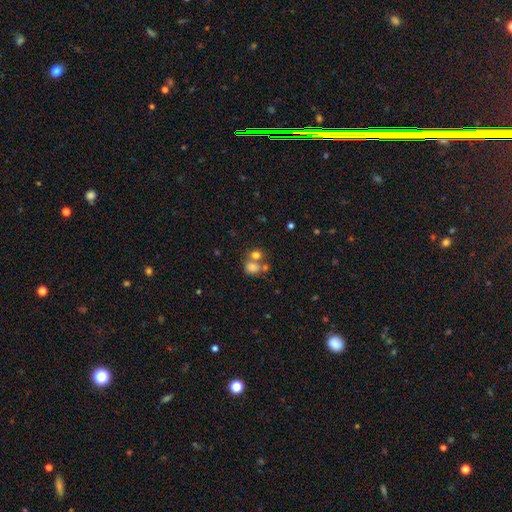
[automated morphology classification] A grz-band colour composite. It shows a smooth galaxy with no disk features (74%) that is round (52%). Merging: merger (47%).